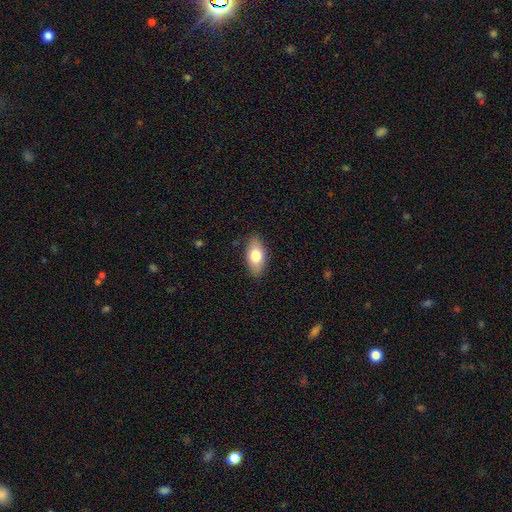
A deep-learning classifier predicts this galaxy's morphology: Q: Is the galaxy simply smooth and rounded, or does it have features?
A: smooth — 76%.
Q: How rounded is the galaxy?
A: in between — 91%.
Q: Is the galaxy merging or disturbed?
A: none — 86%.